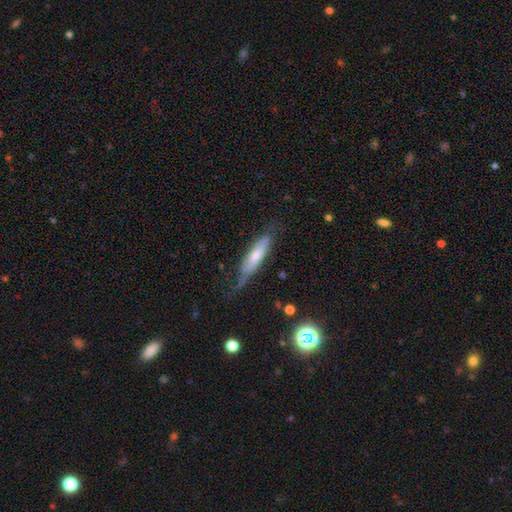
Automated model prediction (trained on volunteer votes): This appears to be a smooth galaxy with no disk features (55%) that is cigar-shaped (71%). Merging: none (53%).